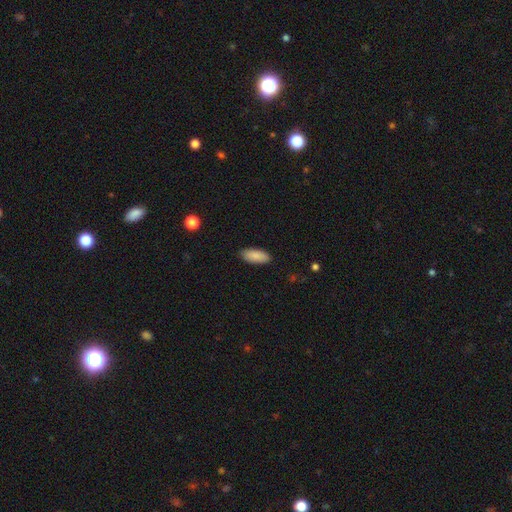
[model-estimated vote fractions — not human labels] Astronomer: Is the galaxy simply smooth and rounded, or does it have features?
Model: smooth — 88%.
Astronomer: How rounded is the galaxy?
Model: in between — 86%.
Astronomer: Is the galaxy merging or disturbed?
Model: none — 87%.